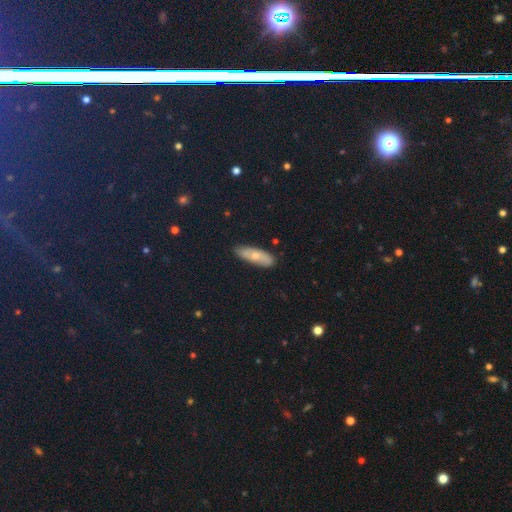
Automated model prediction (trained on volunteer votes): Smooth or featured? smooth (61%)
How rounded? in between (59%)
Merging? none (85%)